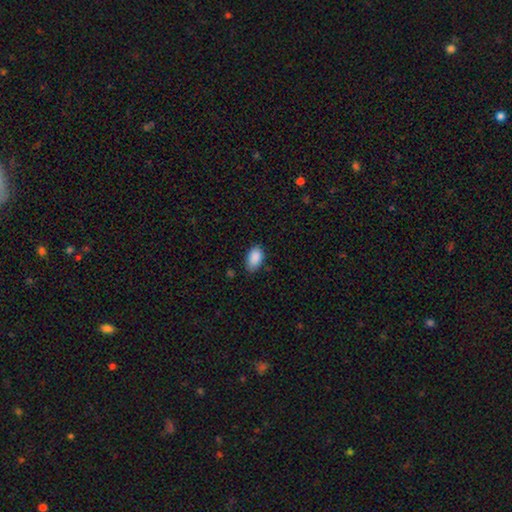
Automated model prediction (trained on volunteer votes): smooth 89%, star or artifact 7%, featured or disk 3%. Down the decision tree: how rounded — in between (93%); merging — none (75%).